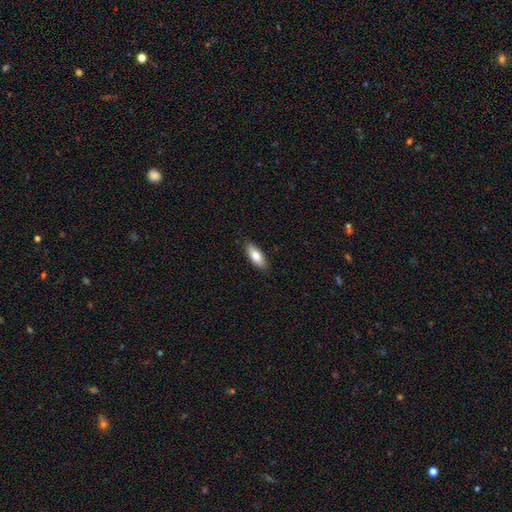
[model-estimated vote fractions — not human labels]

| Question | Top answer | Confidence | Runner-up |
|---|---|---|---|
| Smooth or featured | smooth | 79% | featured or disk (15%) |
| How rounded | in between | 76% | cigar-shaped (22%) |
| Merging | none | 87% | minor disturbance (10%) |